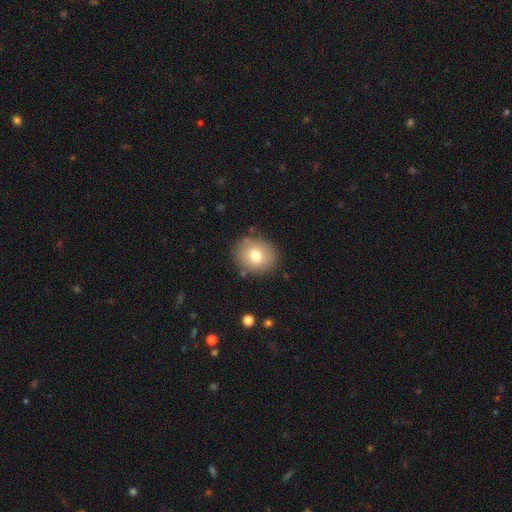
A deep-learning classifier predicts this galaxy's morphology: Smooth or featured? smooth (74%)
How rounded? round (66%)
Merging? none (83%)